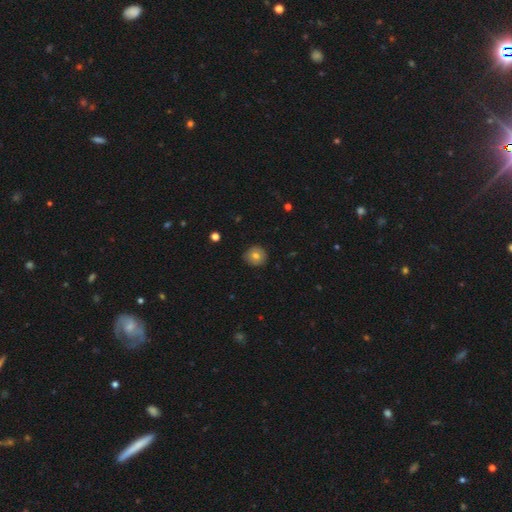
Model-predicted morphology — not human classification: This appears to be a smooth galaxy with no disk features (77%) that is round (91%). Merging: none (89%).